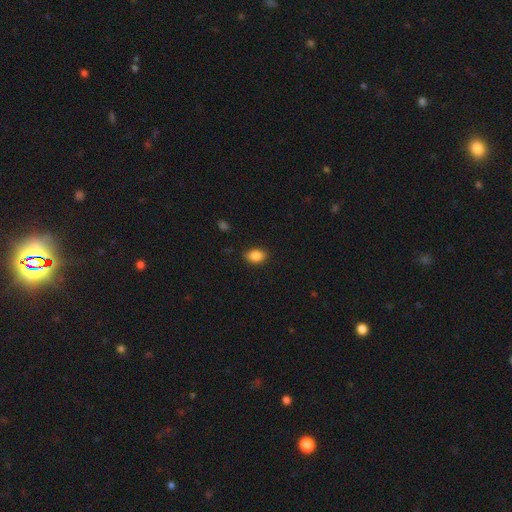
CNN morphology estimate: type=smooth (88%); roundness=in between (81%); merging=none (87%).